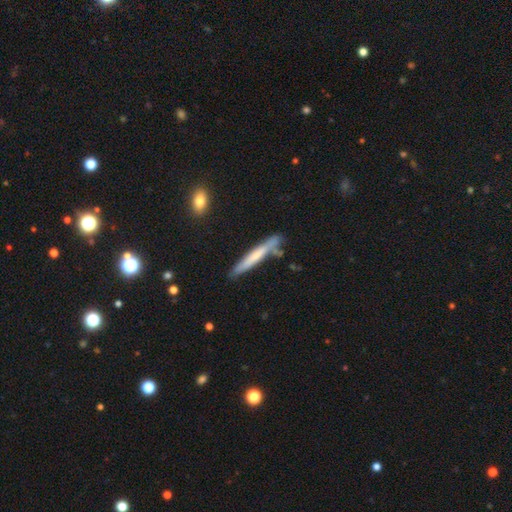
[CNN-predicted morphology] The model was most divided on "smooth or featured": smooth: 56%, featured or disk: 38%, star or artifact: 6%. More confident: how rounded — cigar-shaped (95%); merging — none (76%).